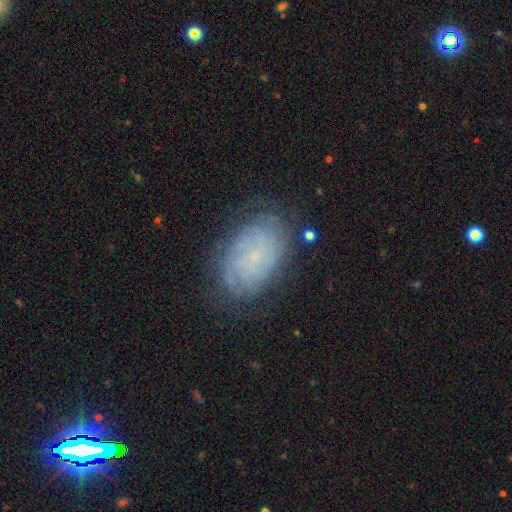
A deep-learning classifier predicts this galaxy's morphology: Smooth or featured? Predicted: featured or disk (p=0.61). Edge-on disk? Predicted: no (p=0.96). Bar? Predicted: no (p=0.80). Spiral arms? Predicted: yes (p=0.89). Spiral winding? Predicted: tight (p=0.74). Spiral arm count? Predicted: can't tell (p=0.53). Bulge size? Predicted: small (p=0.78). Merging? Predicted: none (p=0.75).